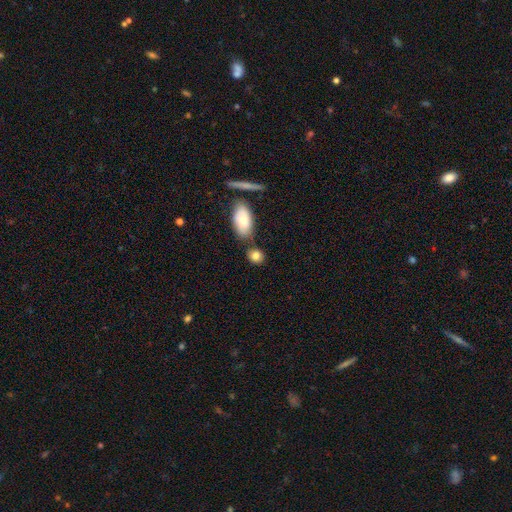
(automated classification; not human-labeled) smooth_or_featured: smooth (p=0.82) [alt: featured or disk p=0.09]
how_rounded: round (p=0.53) [alt: in between p=0.44]
merging: none (p=0.68) [alt: merger p=0.15]